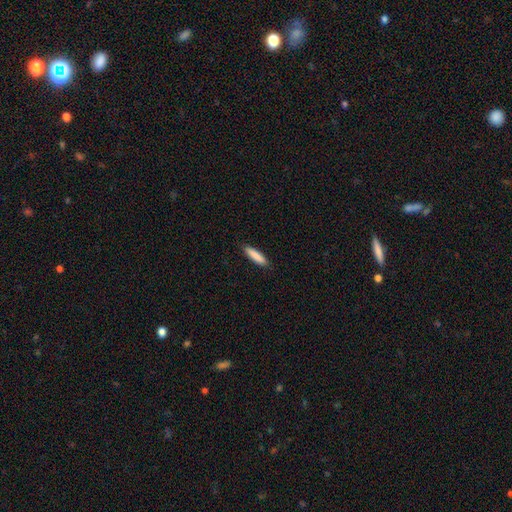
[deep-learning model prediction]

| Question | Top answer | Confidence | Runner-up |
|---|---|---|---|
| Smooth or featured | smooth | 87% | featured or disk (7%) |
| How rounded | cigar-shaped | 75% | in between (24%) |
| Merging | none | 89% | minor disturbance (8%) |